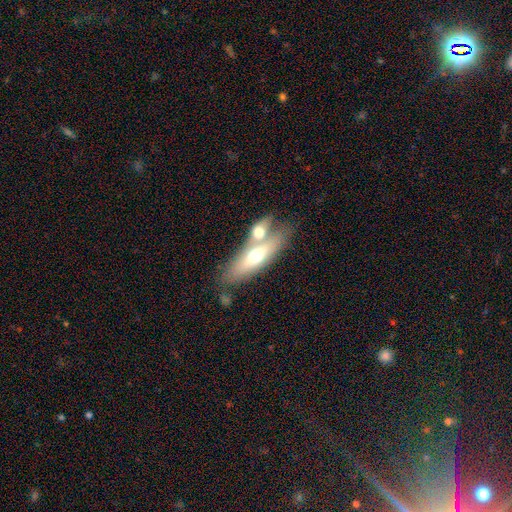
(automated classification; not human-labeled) Morphology: type=smooth (52%); roundness=in between (51%); merging=none (43%).